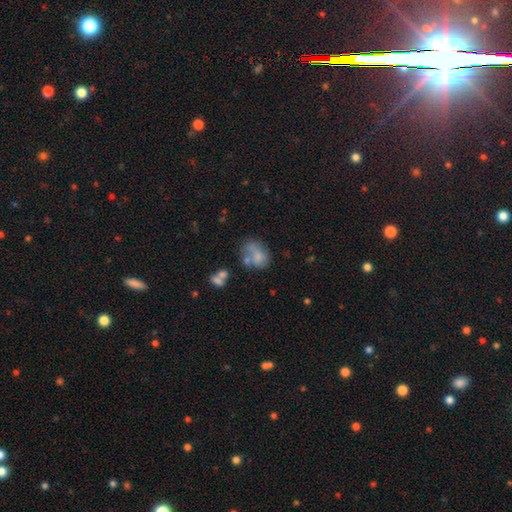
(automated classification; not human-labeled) This is likely a smooth galaxy (62%). How rounded: likely in between (64%). Merging: marginally none (33%).